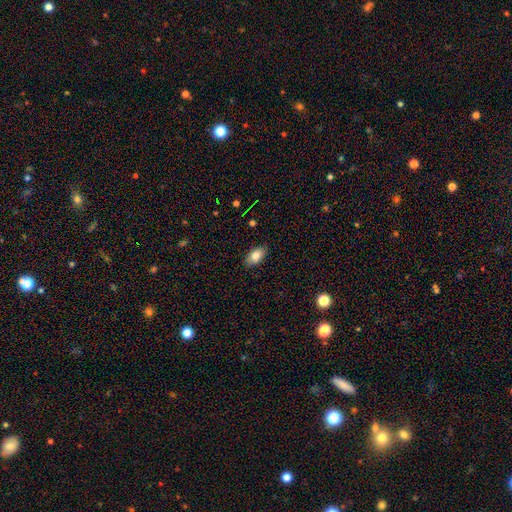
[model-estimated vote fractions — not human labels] smooth-or-featured: smooth: 81% | featured or disk: 12% | star or artifact: 8%
  how-rounded: in between: 91% | round: 5% | cigar-shaped: 4%
  merging: none: 87% | minor disturbance: 10% | major disturbance: 2% | merger: 1%